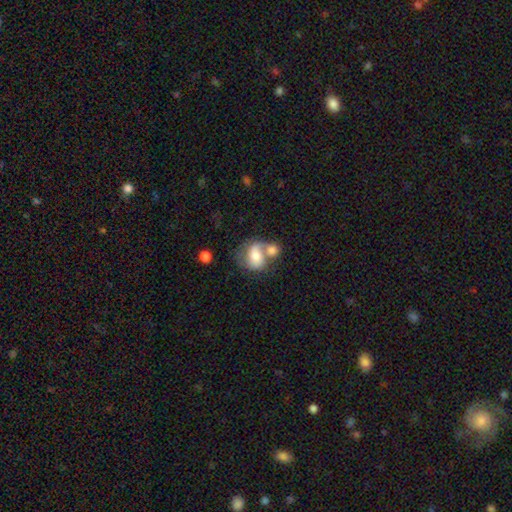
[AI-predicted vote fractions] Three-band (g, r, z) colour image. It shows a smooth galaxy with no disk features (57%) that is in between round and cigar-shaped (51%). Merging: merger (59%).